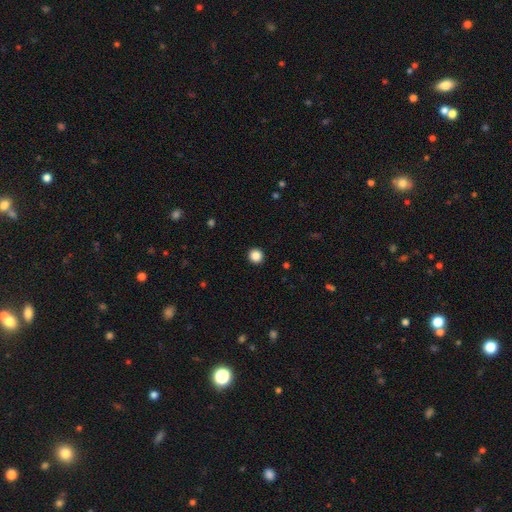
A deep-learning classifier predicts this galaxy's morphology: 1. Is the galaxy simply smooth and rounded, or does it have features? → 86% smooth, 10% star or artifact, 3% featured or disk.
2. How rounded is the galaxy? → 94% round, 5% in between, 1% cigar-shaped.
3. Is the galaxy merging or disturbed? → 93% none, 4% minor disturbance, 2% major disturbance, 1% merger.